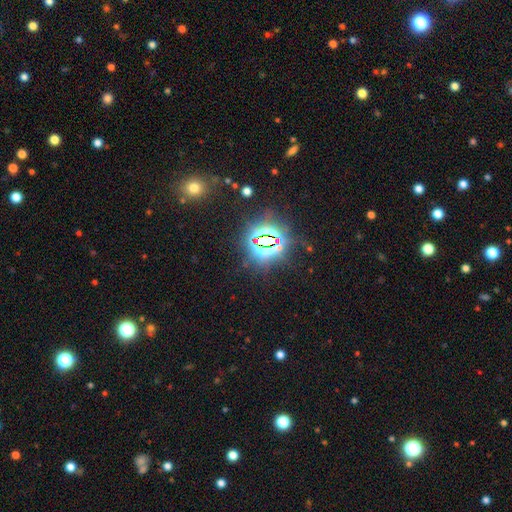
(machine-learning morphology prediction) Q: Smooth or featured?
A: star or artifact (80%); runner-up: smooth (13%)